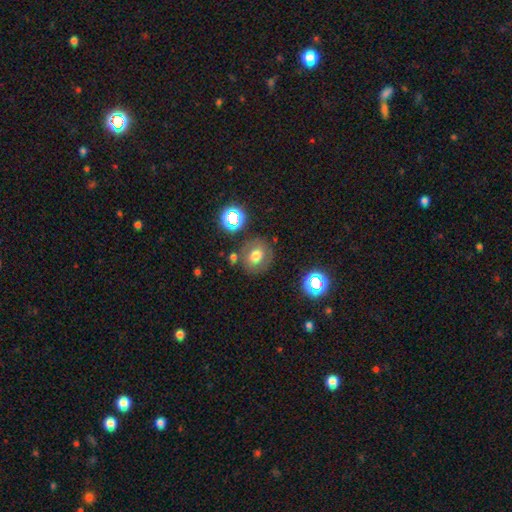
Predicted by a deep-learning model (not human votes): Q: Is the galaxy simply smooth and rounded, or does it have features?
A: smooth — 66%.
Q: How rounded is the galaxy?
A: round — 74%.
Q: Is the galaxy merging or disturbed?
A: none — 77%.